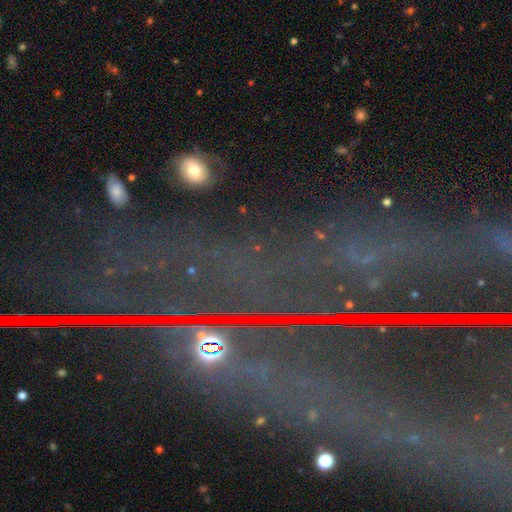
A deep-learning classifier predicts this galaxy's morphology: Overall: star or artifact (77%).